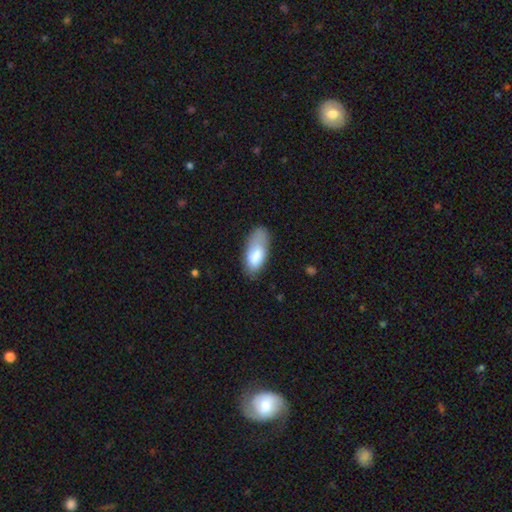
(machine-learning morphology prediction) smooth 78%, featured or disk 15%, star or artifact 7%. Down the decision tree: how rounded — in between (86%); merging — none (58%).